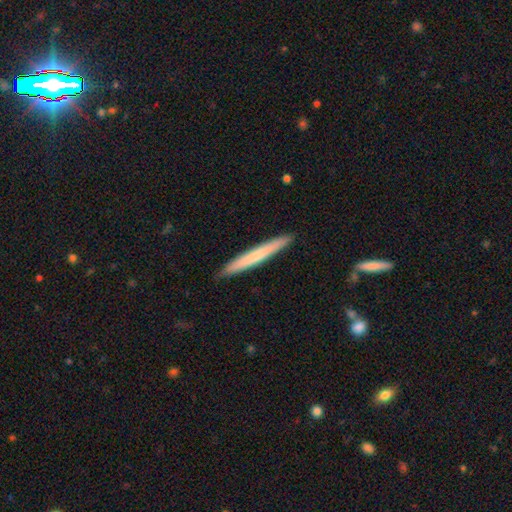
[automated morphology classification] smooth_or_featured: smooth (p=0.64) [alt: featured or disk p=0.31]
how_rounded: cigar-shaped (p=0.97) [alt: in between p=0.02]
merging: none (p=0.91) [alt: minor disturbance p=0.07]